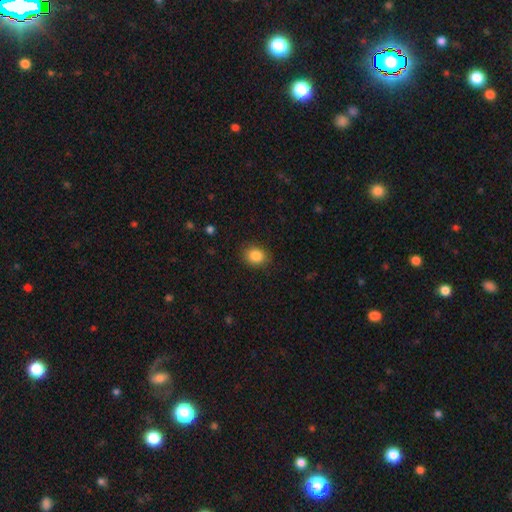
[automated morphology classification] A smooth galaxy with no disk features (86%) that is round (54%).

Vote fractions:
- Smooth or featured? smooth: 86% / star or artifact: 9% / featured or disk: 5%
- How rounded? round: 54% / in between: 45% / cigar-shaped: 1%
- Merging? none: 87% / minor disturbance: 9% / major disturbance: 3% / merger: 1%